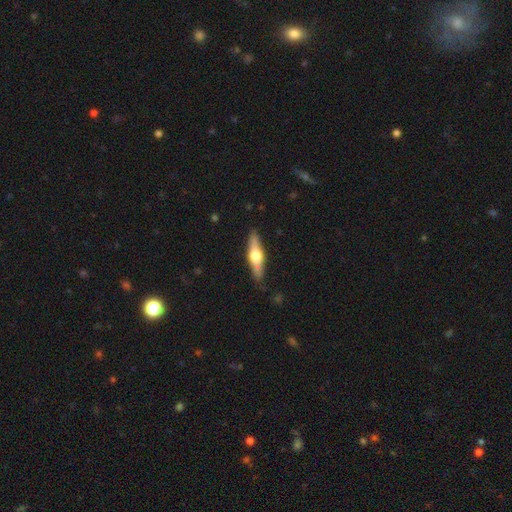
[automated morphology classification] smooth-or-featured: featured or disk: 59% | smooth: 36% | star or artifact: 5%
  disk-edge-on: yes: 94% | no: 6%
    edge-on-bulge: rounded: 94% | boxy: 5% | none: 2%
  merging: none: 86% | minor disturbance: 10% | major disturbance: 2% | merger: 1%